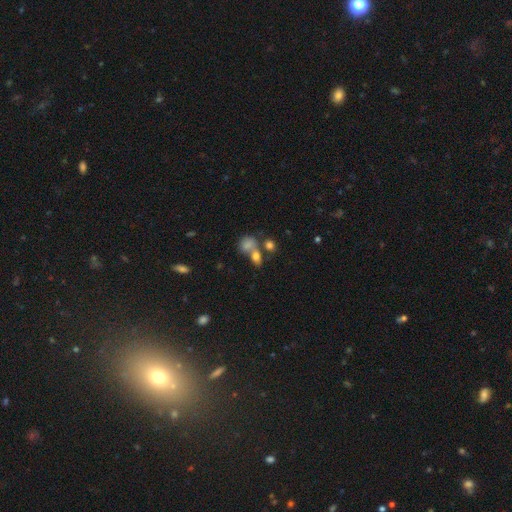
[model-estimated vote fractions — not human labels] Smooth or featured: smooth — 75% (star or artifact — 13%)
How rounded: in between — 65% (round — 32%)
Merging: merger — 43% (none — 38%)